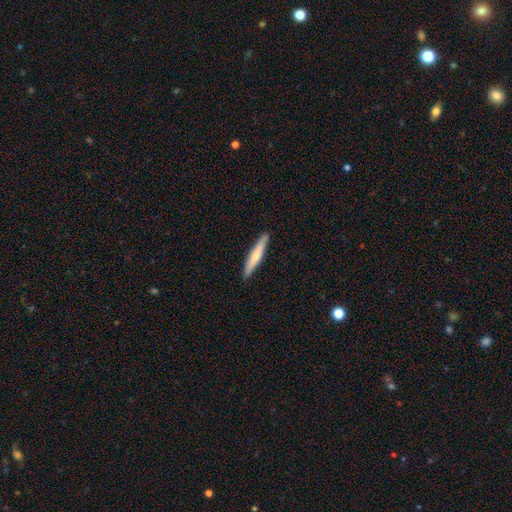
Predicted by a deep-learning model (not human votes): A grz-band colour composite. It shows a smooth galaxy with no disk features (64%) that is cigar-shaped (93%). Merging: none (90%).